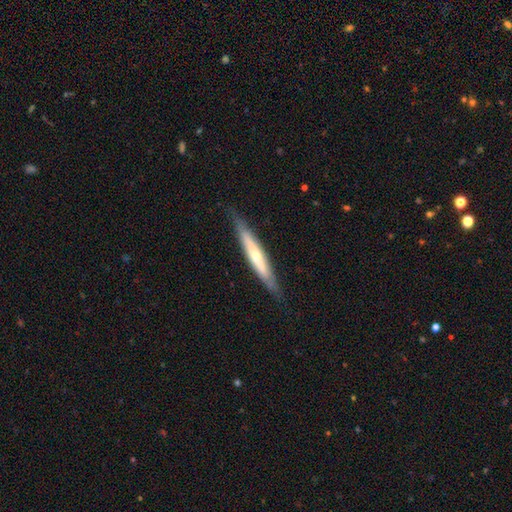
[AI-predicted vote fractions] Overall: featured or disk (58%; smooth 35%). Edge-on disk: yes (90%). Edge-on bulge: rounded (58%; none 35%). Merging: none (85%).